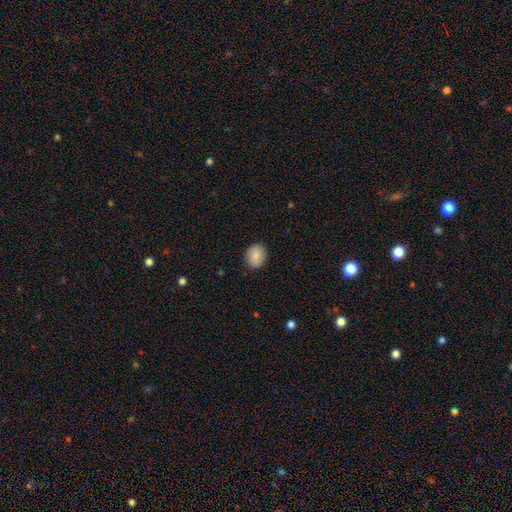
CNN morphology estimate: This is clearly a smooth galaxy (85%). How rounded: likely round (62%). Merging: clearly none (88%).